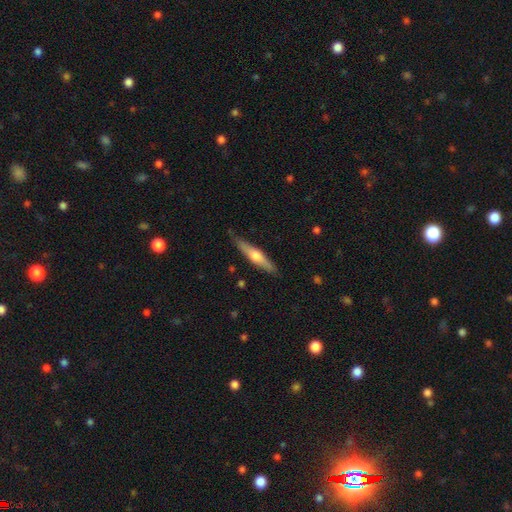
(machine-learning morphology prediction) smooth_or_featured: featured or disk (p=0.53) [alt: smooth p=0.42]
disk_edge_on: yes (p=0.94) [alt: no p=0.06]
merging: none (p=0.83) [alt: minor disturbance p=0.13]